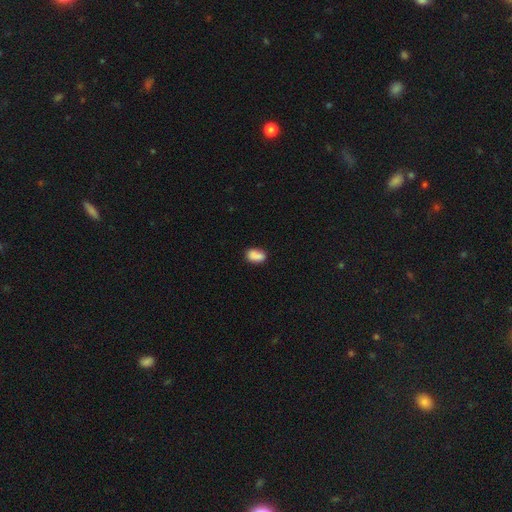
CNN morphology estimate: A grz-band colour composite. It shows a smooth galaxy with no disk features (86%) that is in between round and cigar-shaped (87%). Merging: none (70%).